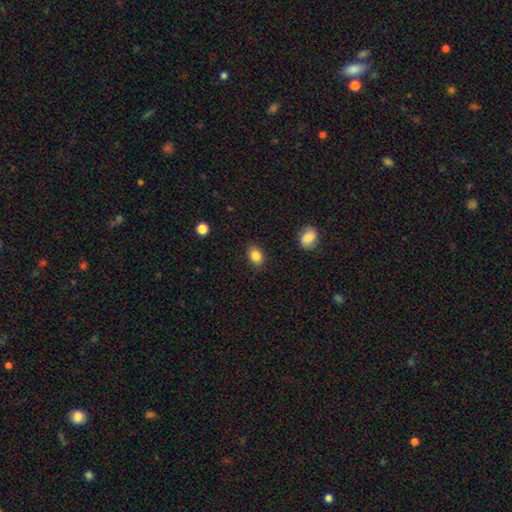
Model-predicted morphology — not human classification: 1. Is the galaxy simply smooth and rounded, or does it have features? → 85% smooth, 9% star or artifact, 5% featured or disk.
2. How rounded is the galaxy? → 66% in between, 33% round, 1% cigar-shaped.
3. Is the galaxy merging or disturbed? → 86% none, 10% minor disturbance, 2% major disturbance, 1% merger.